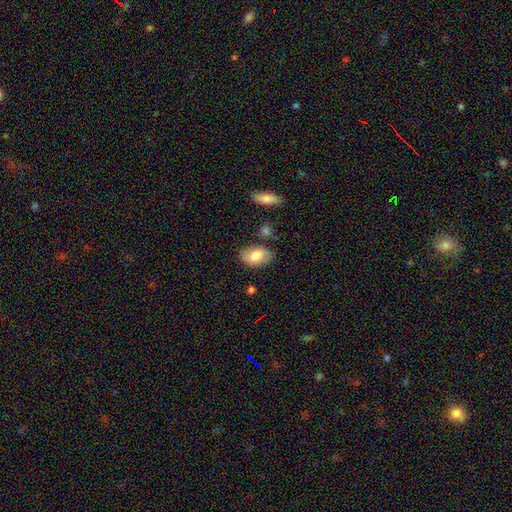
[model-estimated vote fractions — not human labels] smooth 71%, featured or disk 22%, star or artifact 7%. Down the decision tree: how rounded — in between (91%); merging — none (76%).